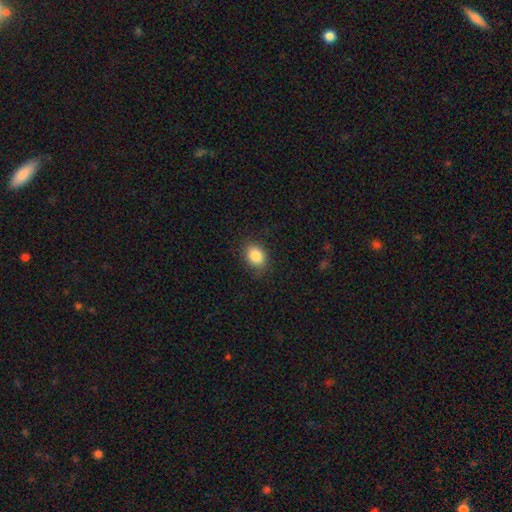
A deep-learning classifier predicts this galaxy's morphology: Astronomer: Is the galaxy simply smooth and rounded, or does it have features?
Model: smooth — 86%.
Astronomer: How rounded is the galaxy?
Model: in between — 57% (runner-up: round, 42%).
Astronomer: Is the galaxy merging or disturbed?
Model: none — 85%.